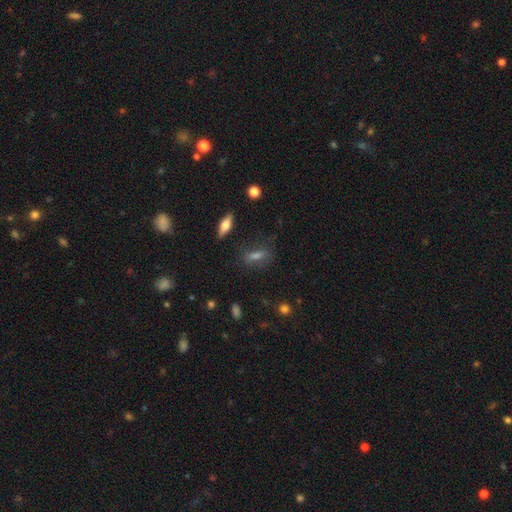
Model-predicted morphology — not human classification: Smooth or featured: smooth — 57% (featured or disk — 25%)
How rounded: in between — 53% (cigar-shaped — 40%)
Merging: none — 69% (minor disturbance — 19%)